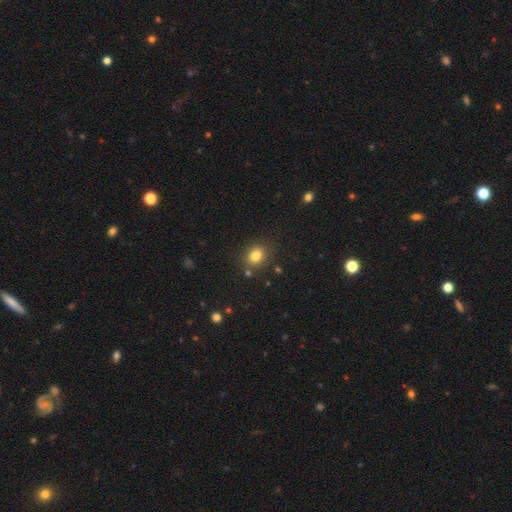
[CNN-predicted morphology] A smooth galaxy with no disk features (81%) that is round (53%). Merging: none (81%).